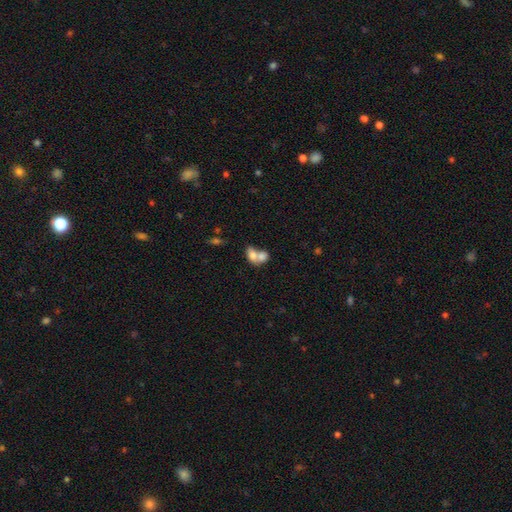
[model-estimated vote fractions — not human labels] smooth_or_featured: smooth (p=0.73) [alt: featured or disk p=0.19]
how_rounded: in between (p=0.75) [alt: round p=0.24]
merging: merger (p=0.74) [alt: none p=0.16]